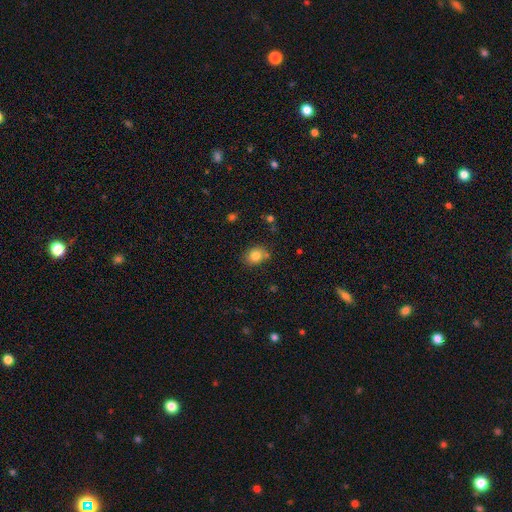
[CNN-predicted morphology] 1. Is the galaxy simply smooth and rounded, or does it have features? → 82% smooth, 10% star or artifact, 8% featured or disk.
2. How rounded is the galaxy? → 54% round, 46% in between, 1% cigar-shaped.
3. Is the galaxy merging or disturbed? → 72% none, 16% minor disturbance, 7% merger, 4% major disturbance.